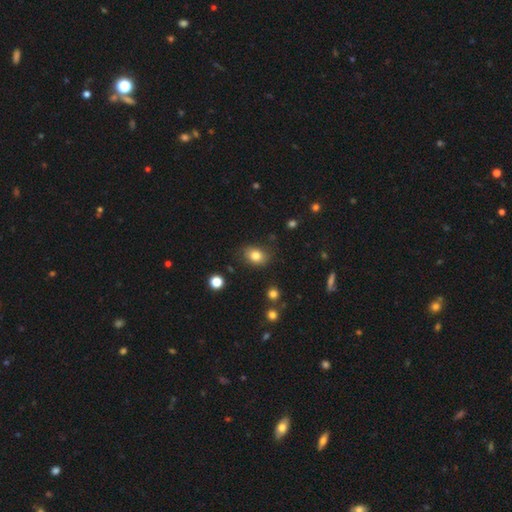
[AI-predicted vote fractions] Smooth or featured? smooth (82%)
How rounded? in between (64%)
Merging? none (81%)